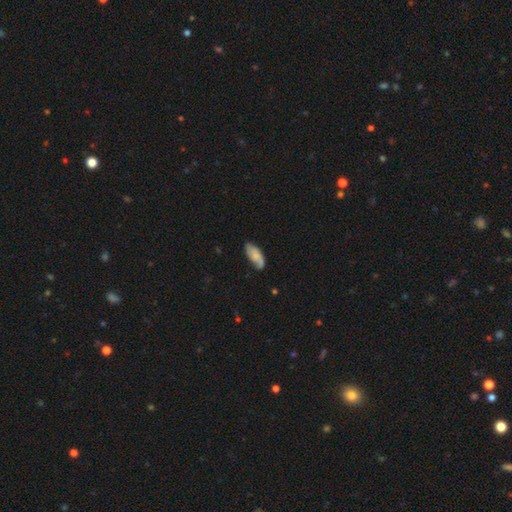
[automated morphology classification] This is likely a smooth galaxy (68%). How rounded: clearly in between (84%). Merging: possibly none (59%).